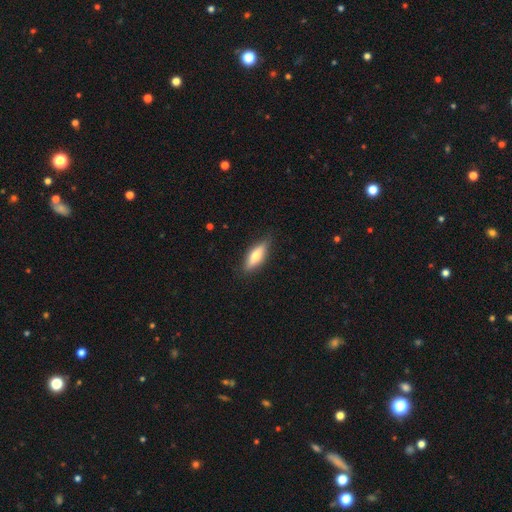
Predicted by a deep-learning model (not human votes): Smooth or featured: smooth — 56% (featured or disk — 38%)
How rounded: cigar-shaped — 51% (in between — 47%)
Merging: none — 86% (minor disturbance — 11%)